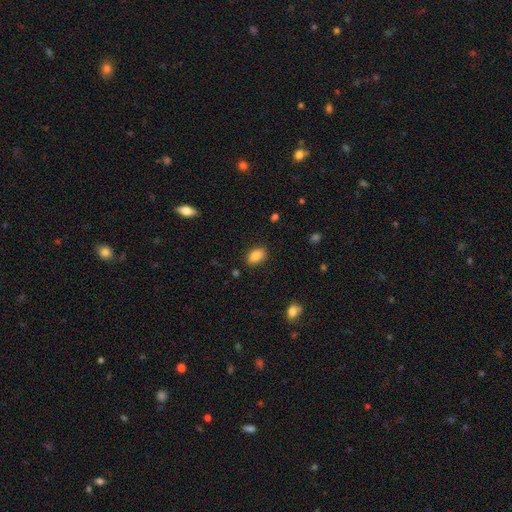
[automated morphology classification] Smooth or featured? Predicted: smooth (p=0.85). How rounded? Predicted: in between (p=0.87). Merging? Predicted: none (p=0.81).